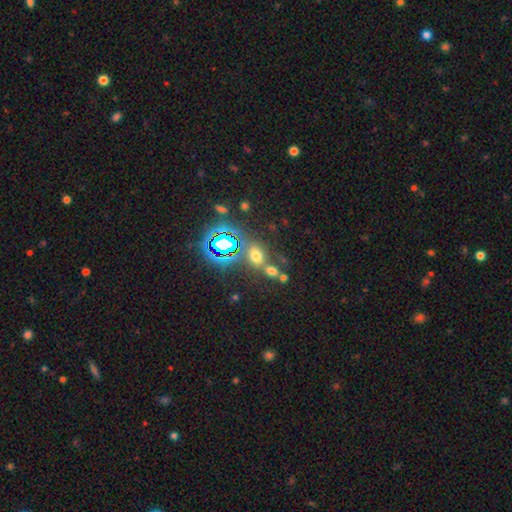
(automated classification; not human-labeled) smooth-or-featured: smooth: 52% | star or artifact: 37% | featured or disk: 11%
  how-rounded: in between: 63% | round: 34% | cigar-shaped: 3%
  merging: none: 55% | merger: 29% | minor disturbance: 11% | major disturbance: 6%